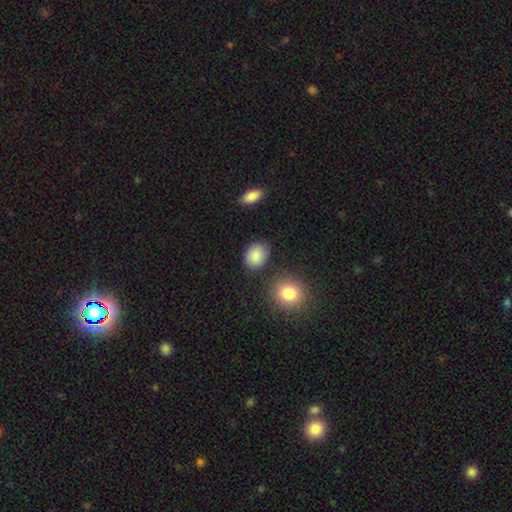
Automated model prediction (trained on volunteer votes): Smooth or featured? Predicted: smooth (p=0.87). How rounded? Predicted: round (p=0.50). Merging? Predicted: none (p=0.80).